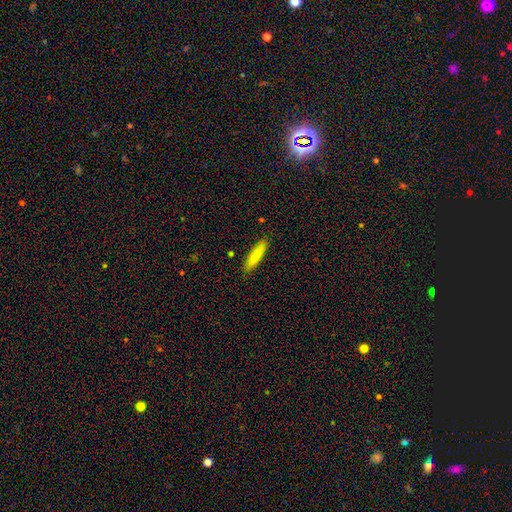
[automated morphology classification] smooth_or_featured: smooth (p=0.86) [alt: featured or disk p=0.08]
how_rounded: cigar-shaped (p=0.81) [alt: in between p=0.17]
merging: none (p=0.88) [alt: minor disturbance p=0.09]